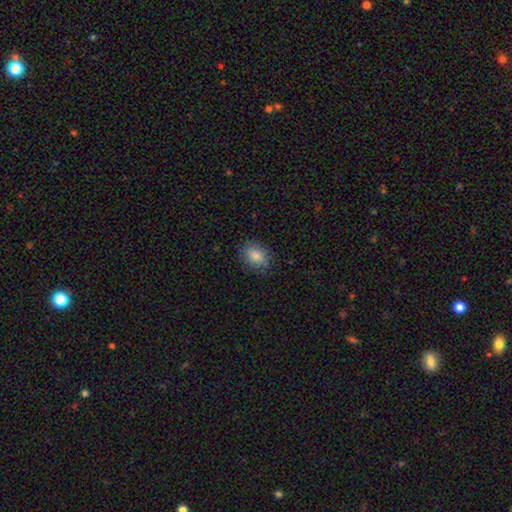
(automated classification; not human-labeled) Overall: smooth (85%). How rounded: in between (68%; round 31%). Merging: none (86%).